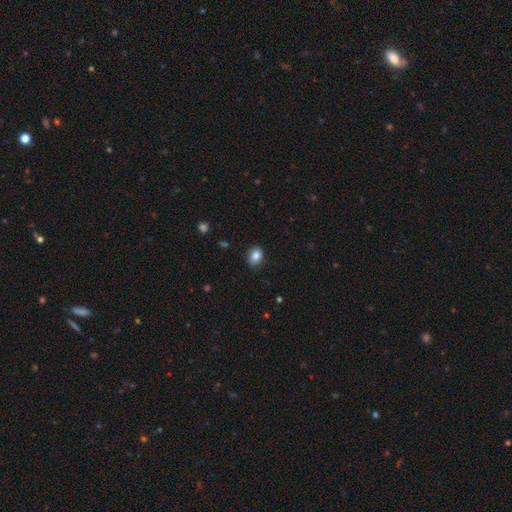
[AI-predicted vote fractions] Smooth or featured?
  - smooth: 84% *
  - star or artifact: 9%
  - featured or disk: 7%
How rounded?
  - in between: 66% *
  - round: 33%
  - cigar-shaped: 1%
Merging?
  - none: 79% *
  - minor disturbance: 17%
  - major disturbance: 3%
  - merger: 1%